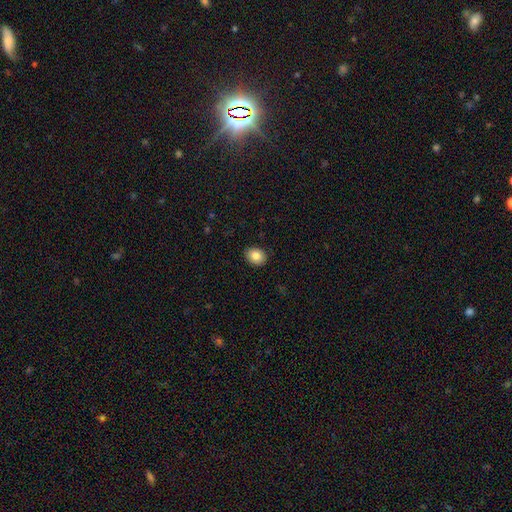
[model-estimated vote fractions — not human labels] Smooth or featured: smooth — 85% (star or artifact — 8%)
How rounded: in between — 51% (round — 48%)
Merging: none — 90% (minor disturbance — 7%)